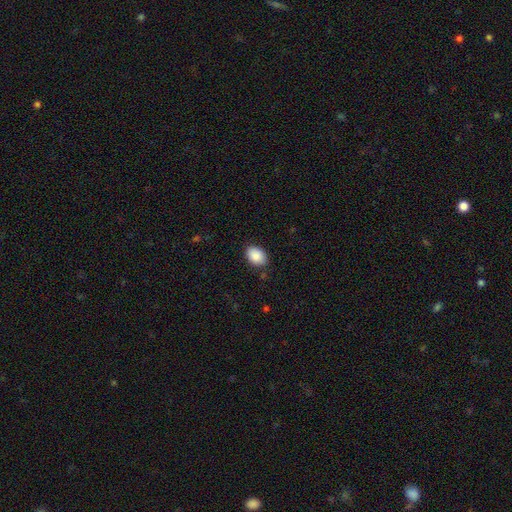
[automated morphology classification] Q: Smooth or featured?
A: smooth (89%); runner-up: star or artifact (7%)
Q: How rounded?
A: in between (83%); runner-up: round (16%)
Q: Merging?
A: none (85%); runner-up: minor disturbance (11%)